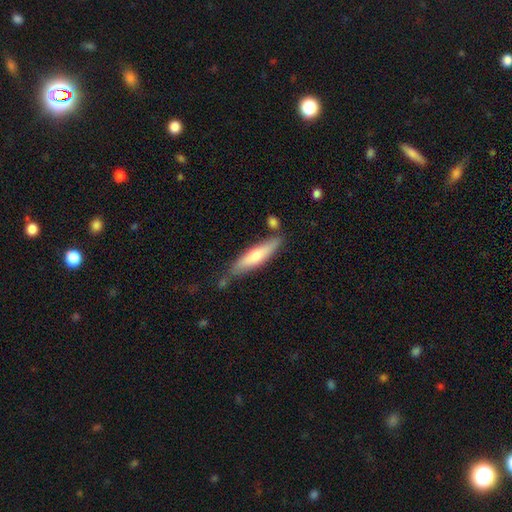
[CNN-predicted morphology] The model was most divided on "smooth or featured": smooth: 59%, featured or disk: 35%, star or artifact: 6%. More confident: how rounded — cigar-shaped (80%); merging — none (73%).